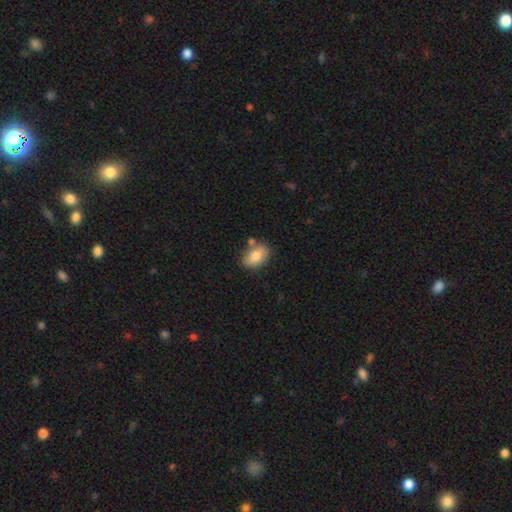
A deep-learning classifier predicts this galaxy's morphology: The model was most divided on "merging": none: 72%, minor disturbance: 16%, merger: 9%, major disturbance: 3%. More confident: how rounded — in between (86%); smooth or featured — smooth (81%).